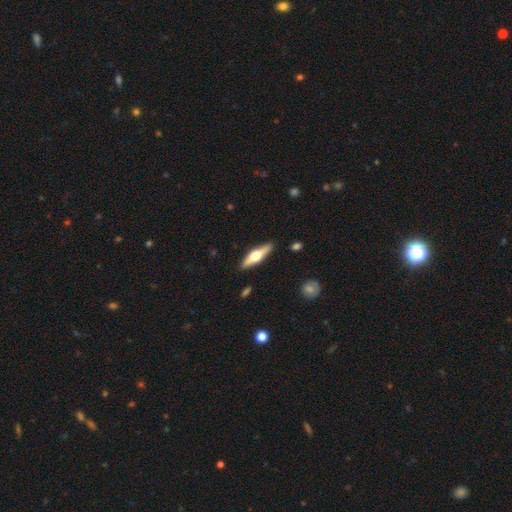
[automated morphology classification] smooth_or_featured: featured or disk (p=0.61) [alt: smooth p=0.33]
disk_edge_on: yes (p=0.94) [alt: no p=0.06]
edge_on_bulge: rounded (p=0.95) [alt: boxy p=0.04]
merging: none (p=0.89) [alt: minor disturbance p=0.08]